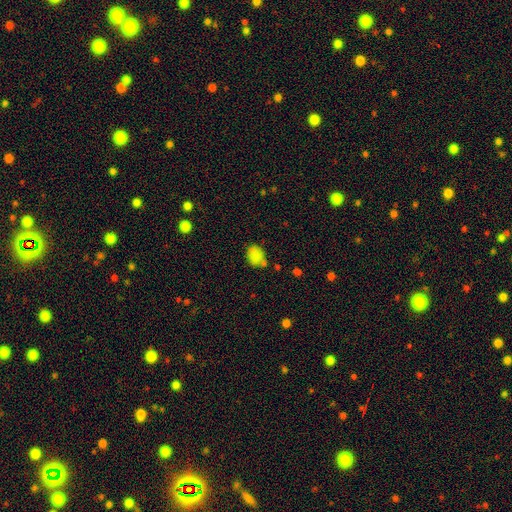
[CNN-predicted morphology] Smooth or featured? Predicted: smooth (p=0.82). How rounded? Predicted: in between (p=0.64). Merging? Predicted: none (p=0.66).